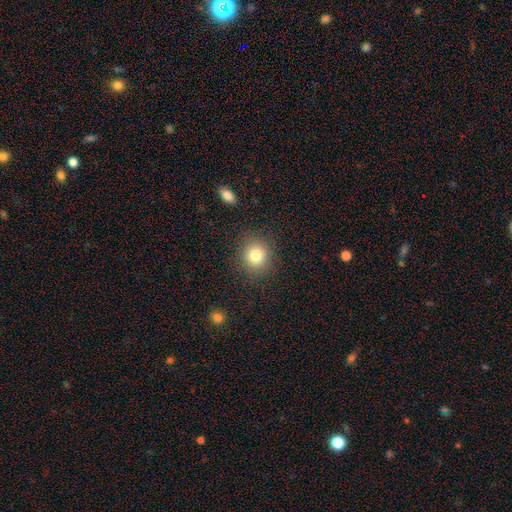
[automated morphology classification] smooth-or-featured: smooth: 80% | star or artifact: 12% | featured or disk: 8%
  how-rounded: round: 85% | in between: 14% | cigar-shaped: 1%
  merging: none: 88% | minor disturbance: 8% | major disturbance: 3% | merger: 1%